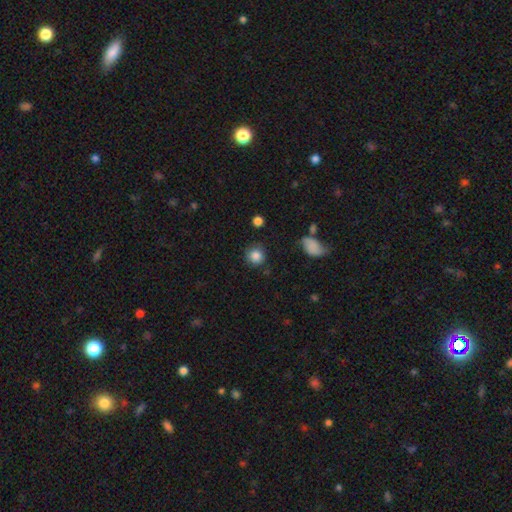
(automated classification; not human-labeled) A smooth galaxy with no disk features (85%) that is round (89%). Merging: none (81%).